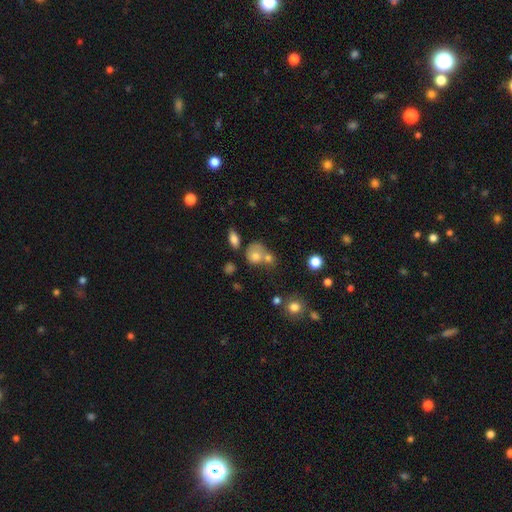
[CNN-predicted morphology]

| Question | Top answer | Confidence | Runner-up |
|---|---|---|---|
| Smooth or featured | smooth | 73% | featured or disk (15%) |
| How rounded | round | 66% | in between (33%) |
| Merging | merger | 48% | none (33%) |